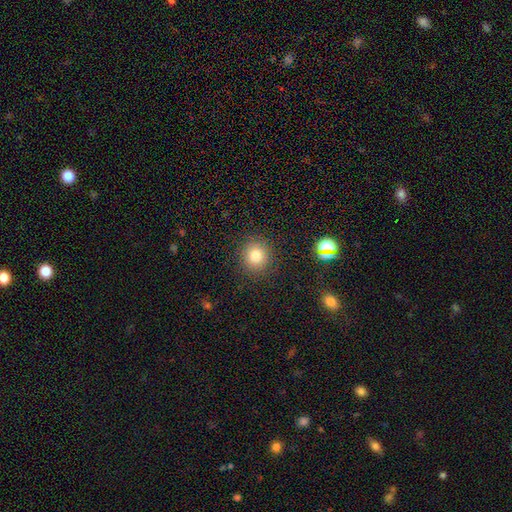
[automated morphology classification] Smooth or featured? Predicted: smooth (p=0.78). How rounded? Predicted: round (p=0.90). Merging? Predicted: none (p=0.89).